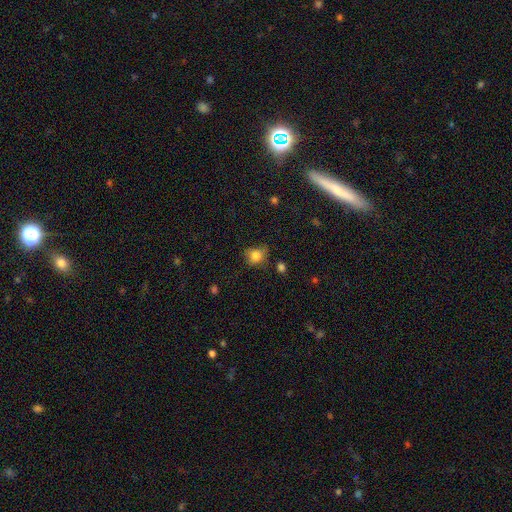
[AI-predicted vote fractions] Morphology: type=smooth (80%); roundness=round (71%); merging=none (56%).